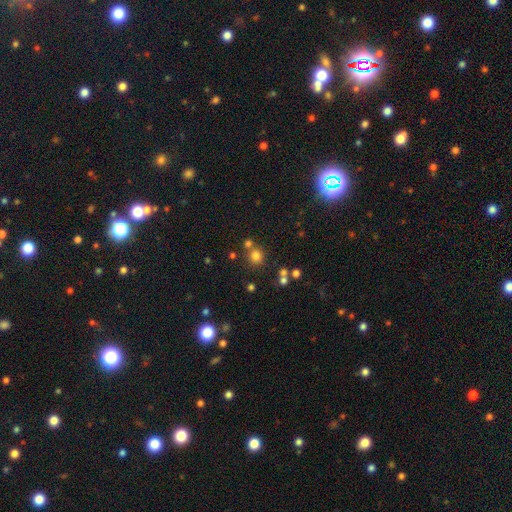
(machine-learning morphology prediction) Smooth or featured?
  - smooth: 74% *
  - star or artifact: 19%
  - featured or disk: 7%
How rounded?
  - round: 92% *
  - in between: 7%
  - cigar-shaped: 1%
Merging?
  - none: 73% *
  - merger: 16%
  - minor disturbance: 8%
  - major disturbance: 3%